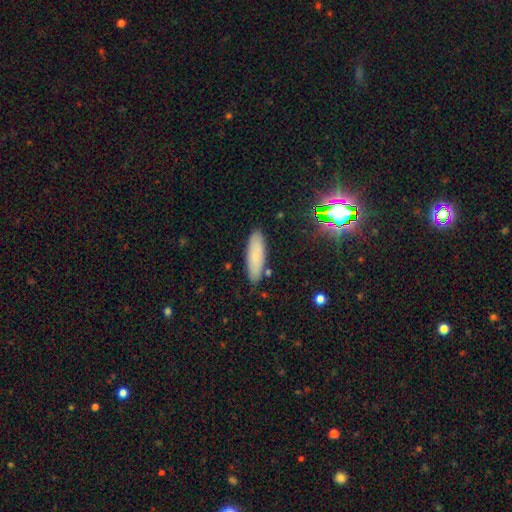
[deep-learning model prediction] A smooth galaxy with no disk features (78%) that is cigar-shaped (55%).

Vote fractions:
- Smooth or featured? smooth: 78% / featured or disk: 11% / star or artifact: 11%
- How rounded? cigar-shaped: 55% / in between: 43% / round: 2%
- Merging? none: 86% / minor disturbance: 10% / major disturbance: 2% / merger: 2%